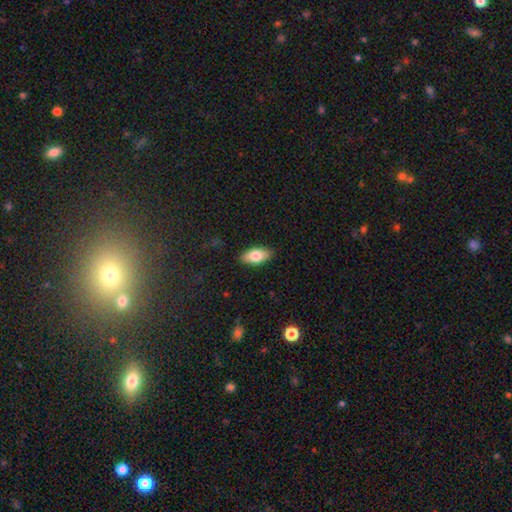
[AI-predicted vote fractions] Q: Smooth or featured?
A: smooth (78%); runner-up: featured or disk (16%)
Q: How rounded?
A: in between (91%); runner-up: cigar-shaped (6%)
Q: Merging?
A: none (88%); runner-up: minor disturbance (9%)